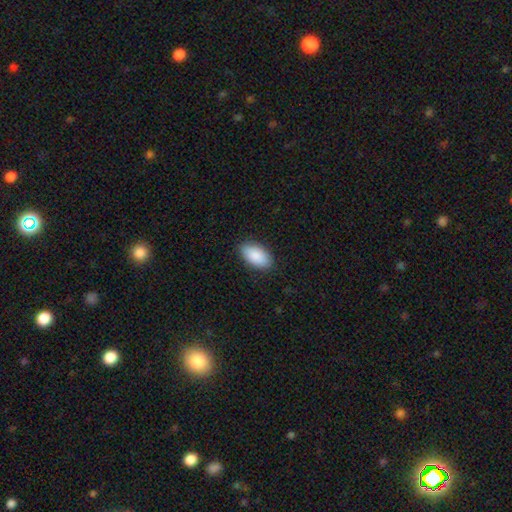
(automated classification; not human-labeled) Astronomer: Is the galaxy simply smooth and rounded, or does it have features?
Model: smooth — 89%.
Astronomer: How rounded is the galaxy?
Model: in between — 95%.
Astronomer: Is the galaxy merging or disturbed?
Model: none — 87%.